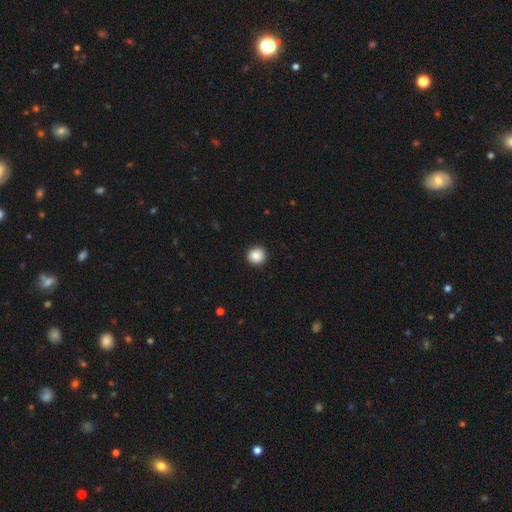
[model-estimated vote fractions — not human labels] A smooth galaxy with no disk features (87%) that is round (94%).

Vote fractions:
- Smooth or featured? smooth: 87% / star or artifact: 9% / featured or disk: 5%
- How rounded? round: 94% / in between: 5% / cigar-shaped: 1%
- Merging? none: 93% / minor disturbance: 5% / major disturbance: 1% / merger: 1%